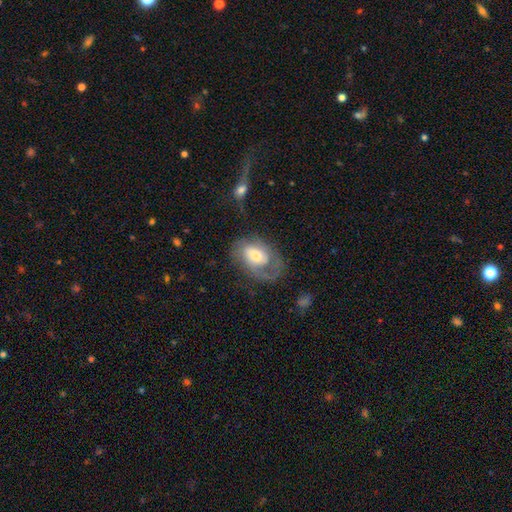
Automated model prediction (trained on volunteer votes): A featured or disk galaxy (54%) with no bar (59%), spiral arms (72%) and a moderate central bulge (52%).

Vote fractions:
- Smooth or featured? featured or disk: 54% / smooth: 39% / star or artifact: 7%
- Edge-on disk? no: 95% / yes: 5%
- Bar? no: 59% / weak: 32% / strong: 9%
- Spiral arms? yes: 72% / no: 28%
- Bulge size? moderate: 52% / large: 25% / small: 18% / dominant: 3% / none: 2%
- Merging? none: 48% / major disturbance: 26% / minor disturbance: 24% / merger: 3%